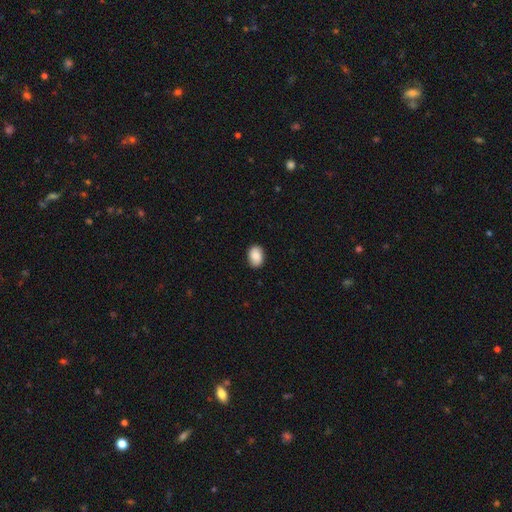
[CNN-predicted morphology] smooth_or_featured: smooth (p=0.87) [alt: star or artifact p=0.07]
how_rounded: in between (p=0.82) [alt: round p=0.17]
merging: none (p=0.88) [alt: minor disturbance p=0.09]